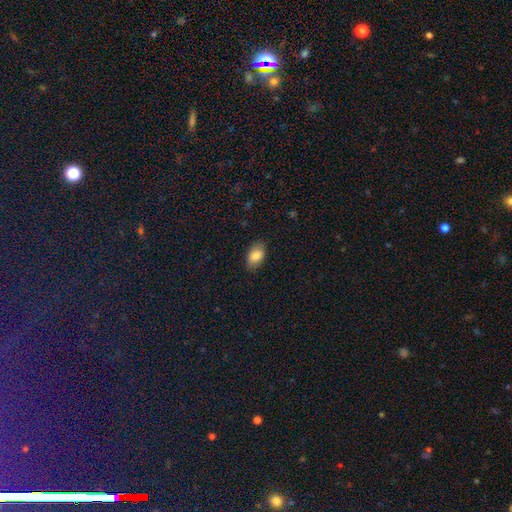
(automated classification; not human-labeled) This appears to be a smooth galaxy with no disk features (85%) that is in between round and cigar-shaped (92%). Merging: none (85%).